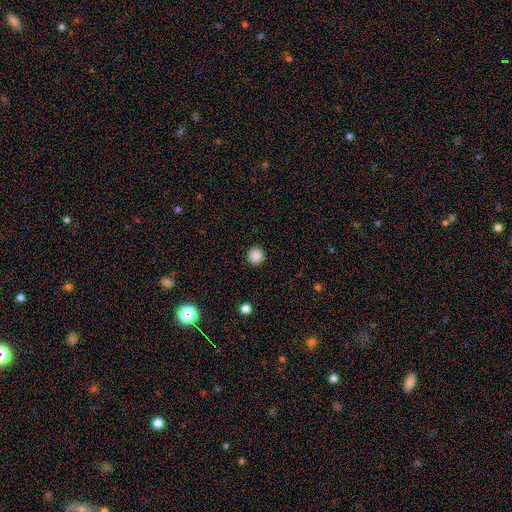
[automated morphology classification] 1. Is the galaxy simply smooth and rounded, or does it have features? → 87% smooth, 10% star or artifact, 3% featured or disk.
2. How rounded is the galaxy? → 93% round, 6% in between, 1% cigar-shaped.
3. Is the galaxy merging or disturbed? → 92% none, 5% minor disturbance, 2% major disturbance, 1% merger.